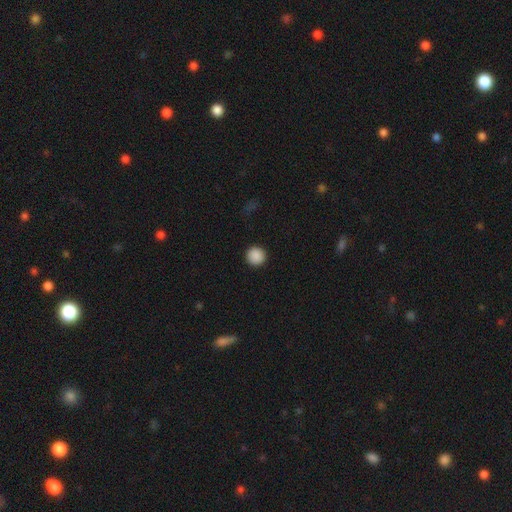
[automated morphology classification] Smooth or featured?
  - smooth: 89% *
  - star or artifact: 9%
  - featured or disk: 2%
How rounded?
  - round: 95% *
  - in between: 4%
  - cigar-shaped: 1%
Merging?
  - none: 93% *
  - minor disturbance: 5%
  - major disturbance: 2%
  - merger: 1%